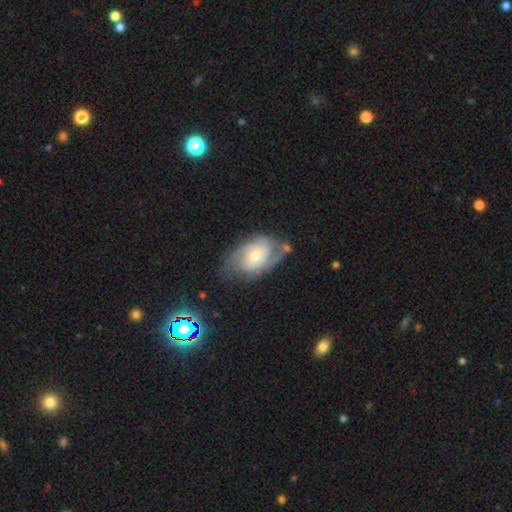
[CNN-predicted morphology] smooth-or-featured: featured or disk: 80% | smooth: 15% | star or artifact: 6%
  disk-edge-on: no: 96% | yes: 4%
    bar: no: 57% | weak: 37% | strong: 6%
    has-spiral-arms: yes: 93% | no: 7%
      spiral-winding: tight: 46% | medium: 42% | loose: 13%
      spiral-arm-count: 2: 52% | can't tell: 22% | 3: 15% | 1: 4% | 4: 4% | more than 4: 3%
    bulge-size: small: 47% (tied) | moderate: 47% (tied) | large: 4% | none: 2% | dominant: 1%
  merging: none: 59% | minor disturbance: 24% | major disturbance: 12% | merger: 4%